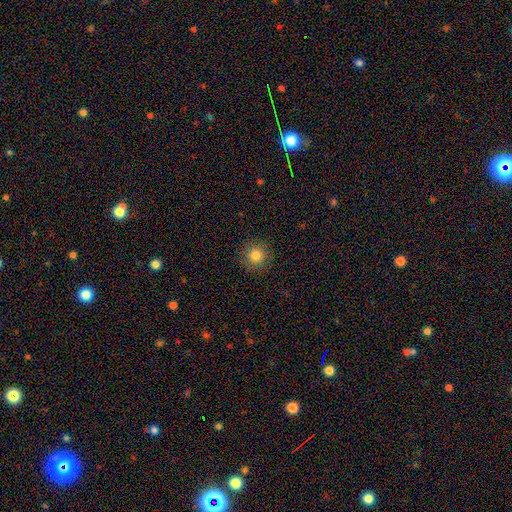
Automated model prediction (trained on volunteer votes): This appears to be a smooth galaxy with no disk features (82%) that is round (95%). Merging: none (90%).